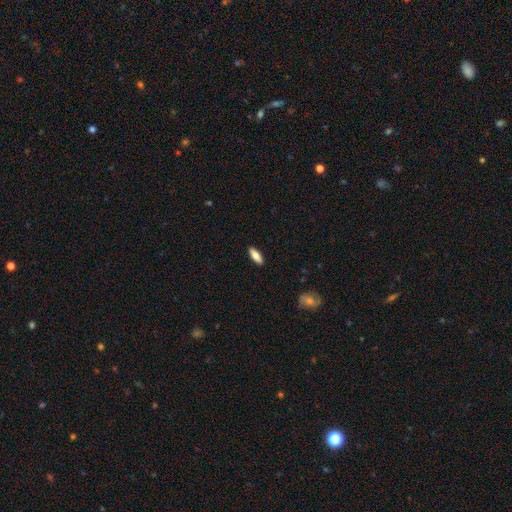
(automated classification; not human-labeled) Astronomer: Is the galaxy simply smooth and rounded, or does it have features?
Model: smooth — 78%.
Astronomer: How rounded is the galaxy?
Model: in between — 59% (runner-up: cigar-shaped, 38%).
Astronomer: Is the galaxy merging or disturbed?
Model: none — 90%.